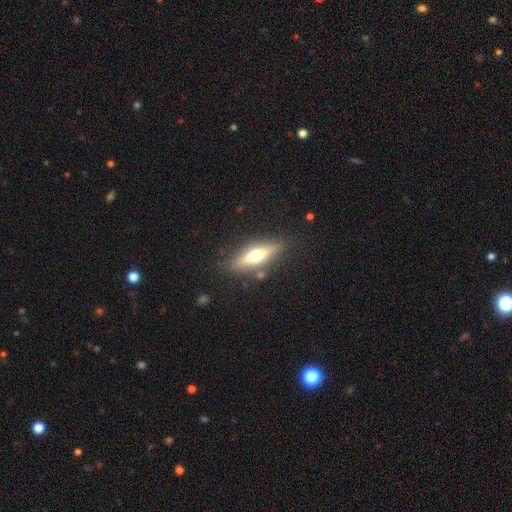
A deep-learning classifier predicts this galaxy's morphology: Smooth or featured?
  - featured or disk: 54% *
  - smooth: 39%
  - star or artifact: 7%
Edge-on disk?
  - yes: 88% *
  - no: 12%
Merging?
  - none: 83% *
  - minor disturbance: 11%
  - major disturbance: 3%
  - merger: 3%